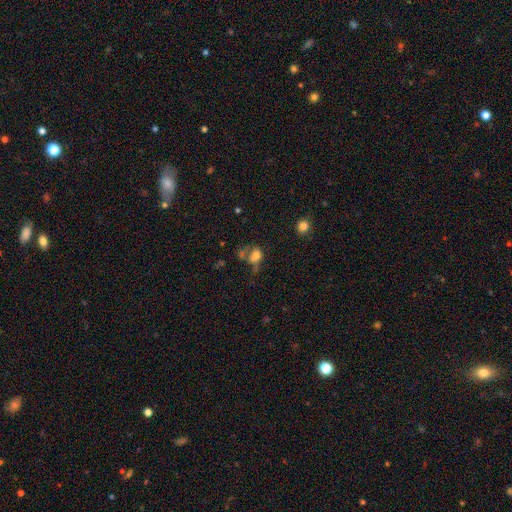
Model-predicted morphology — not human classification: Overall: smooth (66%). How rounded: in between (59%; round 39%). Merging: merger (30%; none 28%).